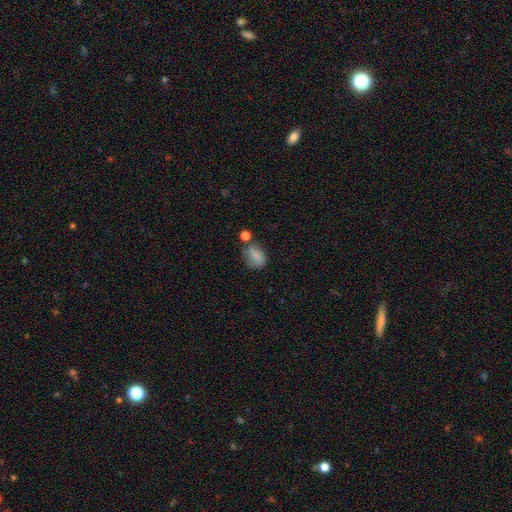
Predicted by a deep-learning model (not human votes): smooth_or_featured: smooth (p=0.73) [alt: featured or disk p=0.16]
how_rounded: in between (p=0.64) [alt: round p=0.34]
merging: none (p=0.49) [alt: minor disturbance p=0.26]